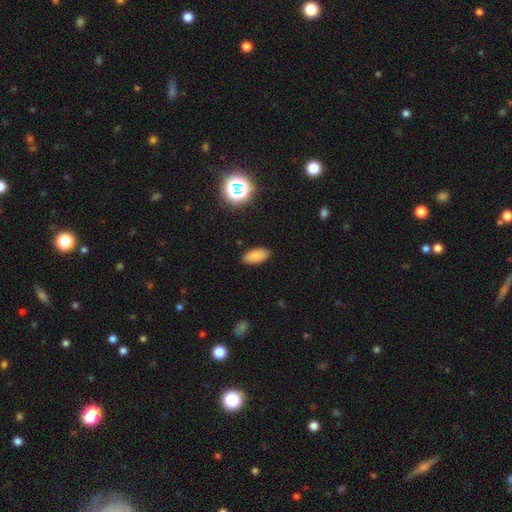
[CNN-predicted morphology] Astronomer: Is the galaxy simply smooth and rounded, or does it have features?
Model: smooth — 83%.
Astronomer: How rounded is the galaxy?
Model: in between — 91%.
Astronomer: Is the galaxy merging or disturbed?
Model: none — 88%.